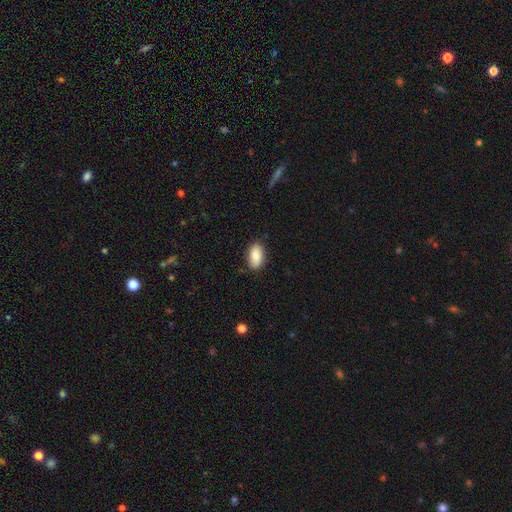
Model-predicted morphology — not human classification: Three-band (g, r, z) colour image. It shows a smooth galaxy with no disk features (85%) that is in between round and cigar-shaped (93%). Merging: none (82%).